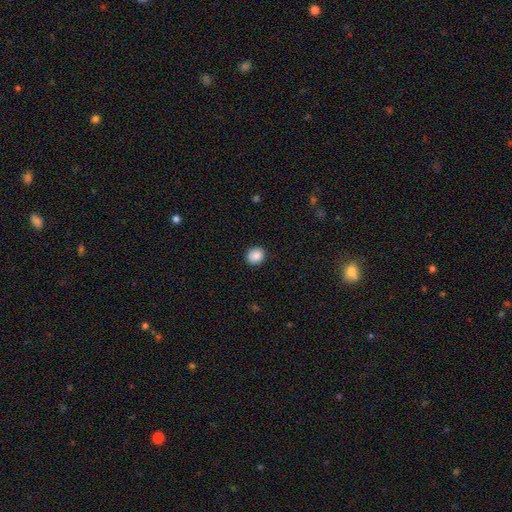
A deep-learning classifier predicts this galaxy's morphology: A smooth galaxy with no disk features (88%) that is round (81%).

Vote fractions:
- Smooth or featured? smooth: 88% / star or artifact: 9% / featured or disk: 3%
- How rounded? round: 81% / in between: 18% / cigar-shaped: 1%
- Merging? none: 90% / minor disturbance: 7% / major disturbance: 2% / merger: 1%